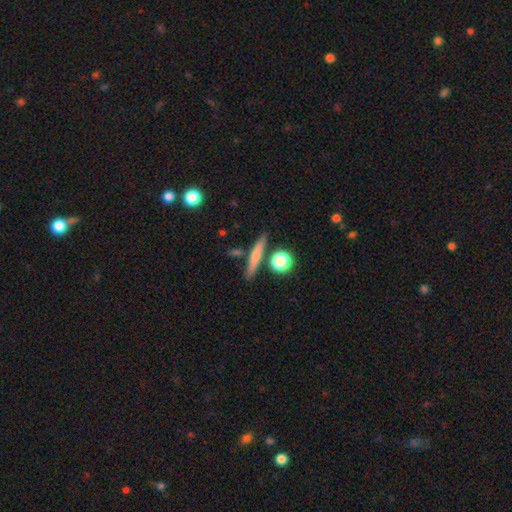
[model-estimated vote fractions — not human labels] A smooth galaxy with no disk features (60%) that is cigar-shaped (81%).

Vote fractions:
- Smooth or featured? smooth: 60% / featured or disk: 31% / star or artifact: 9%
- How rounded? cigar-shaped: 81% / round: 11% / in between: 8%
- Merging? none: 81% / minor disturbance: 10% / merger: 7% / major disturbance: 3%